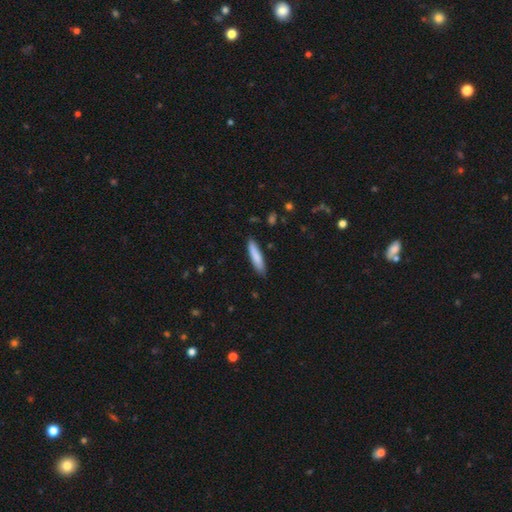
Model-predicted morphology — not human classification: A smooth galaxy with no disk features (82%) that is cigar-shaped (84%).

Vote fractions:
- Smooth or featured? smooth: 82% / featured or disk: 13% / star or artifact: 6%
- How rounded? cigar-shaped: 84% / in between: 15% / round: 1%
- Merging? none: 86% / minor disturbance: 11% / major disturbance: 2% / merger: 1%